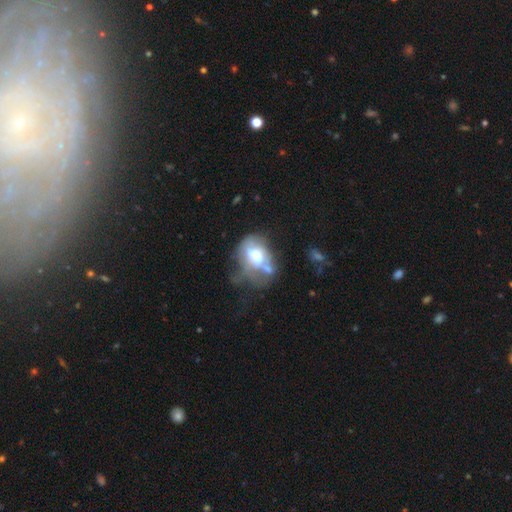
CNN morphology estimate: Smooth or featured?
  - featured or disk: 46% *
  - smooth: 45%
  - star or artifact: 10%
Merging?
  - major disturbance: 33% *
  - minor disturbance: 24%
  - none: 23%
  - merger: 20%